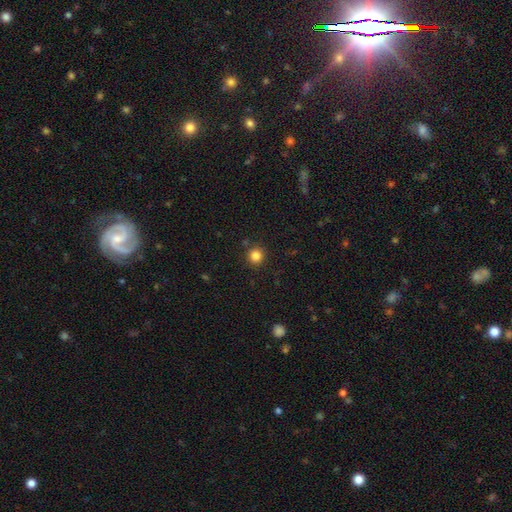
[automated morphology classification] smooth_or_featured: smooth (p=0.83) [alt: star or artifact p=0.13]
how_rounded: round (p=0.93) [alt: in between p=0.07]
merging: none (p=0.89) [alt: minor disturbance p=0.07]